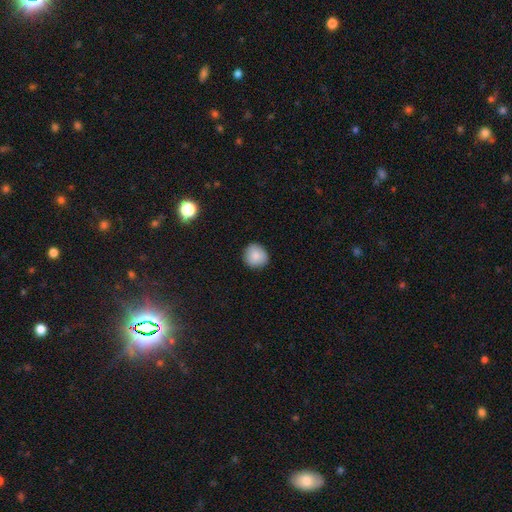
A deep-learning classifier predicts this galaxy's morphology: Overall: smooth (86%). How rounded: round (91%). Merging: none (89%).